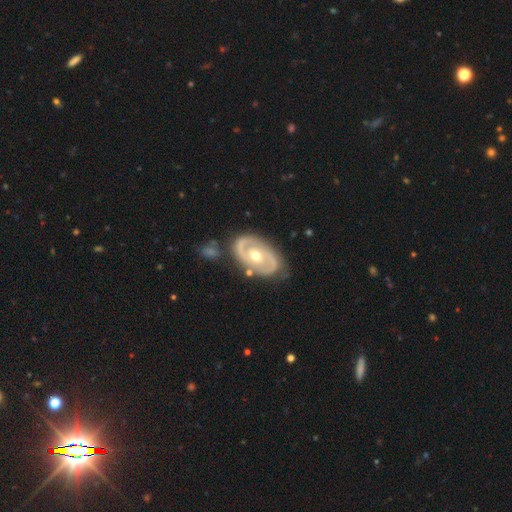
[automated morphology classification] Smooth or featured? featured or disk (85%)
Edge-on disk? no (96%)
Bar? no (63%)
Spiral arms? yes (83%)
Spiral winding? tight (46%)
Spiral arm count? 2 (85%)
Bulge size? moderate (74%)
Merging? none (77%)